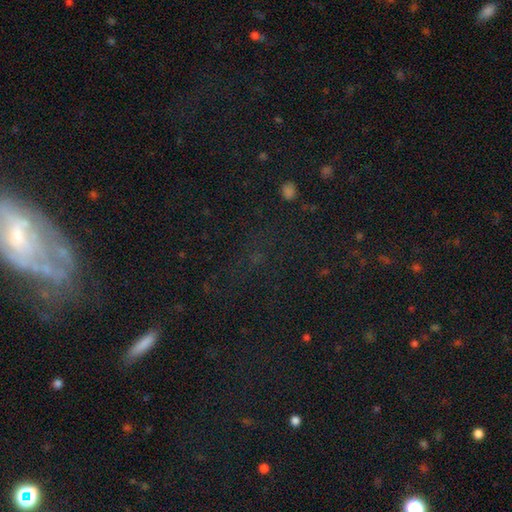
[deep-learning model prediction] The model was most divided on "smooth or featured": star or artifact: 47%, featured or disk: 29%, smooth: 25%.